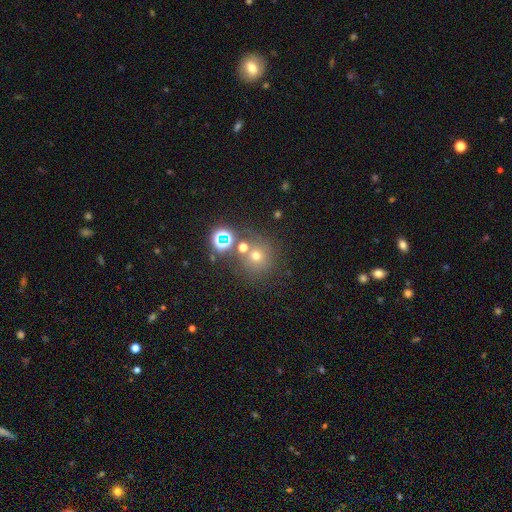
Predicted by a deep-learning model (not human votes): Smooth or featured?
  - smooth: 60% *
  - star or artifact: 28%
  - featured or disk: 12%
How rounded?
  - round: 90% *
  - in between: 9%
  - cigar-shaped: 1%
Merging?
  - none: 66% *
  - merger: 20%
  - minor disturbance: 9%
  - major disturbance: 5%